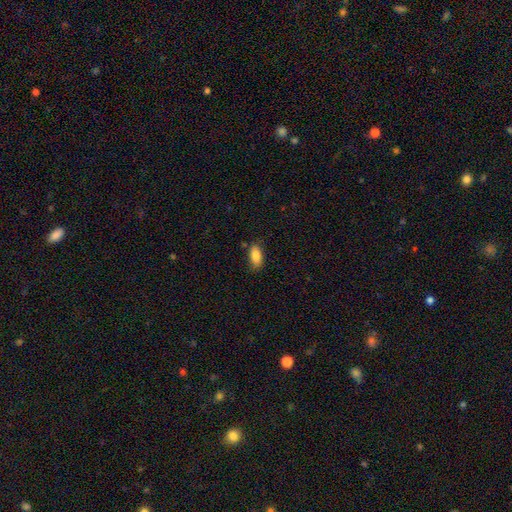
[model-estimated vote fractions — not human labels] Smooth or featured? smooth (85%)
How rounded? in between (87%)
Merging? none (81%)